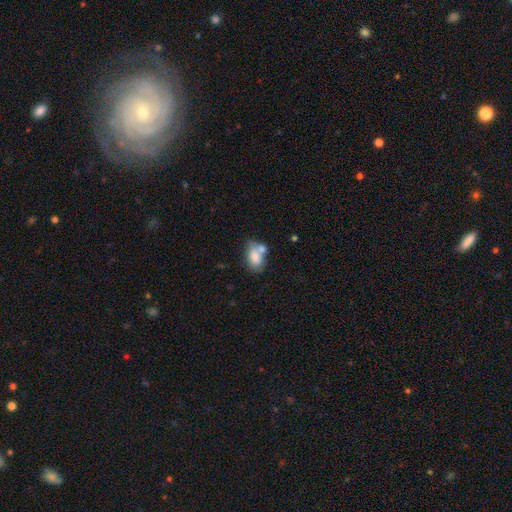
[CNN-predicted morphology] smooth-or-featured: smooth: 77% | featured or disk: 15% | star or artifact: 8%
  how-rounded: in between: 88% | round: 10% | cigar-shaped: 2%
  merging: none: 39% (tied) | merger: 39% (tied) | minor disturbance: 16% | major disturbance: 6%